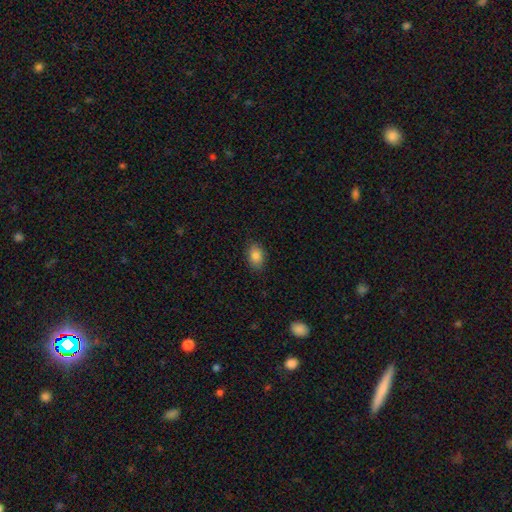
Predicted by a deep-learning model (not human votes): Overall: smooth (83%). How rounded: in between (80%). Merging: none (86%).